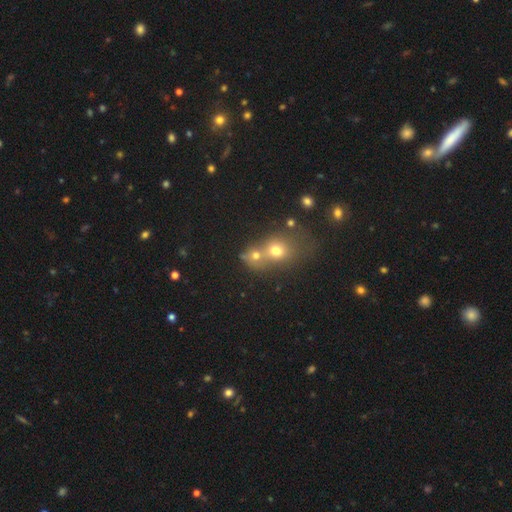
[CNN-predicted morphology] smooth_or_featured: smooth (p=0.67) [alt: star or artifact p=0.18]
how_rounded: round (p=0.69) [alt: in between p=0.30]
merging: merger (p=0.60) [alt: none p=0.28]